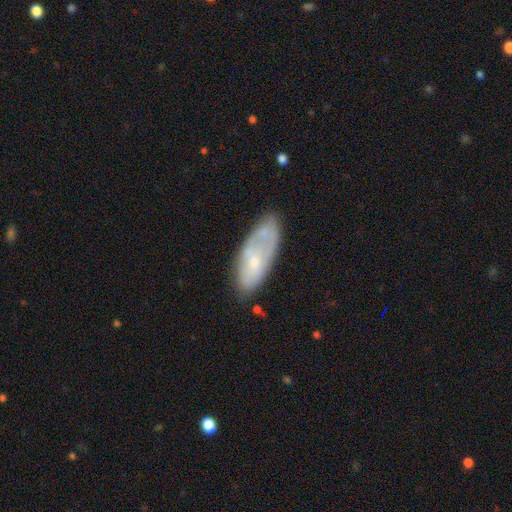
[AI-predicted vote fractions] Morphology: type=smooth (45%, tied with featured or disk); merging=none (64%).